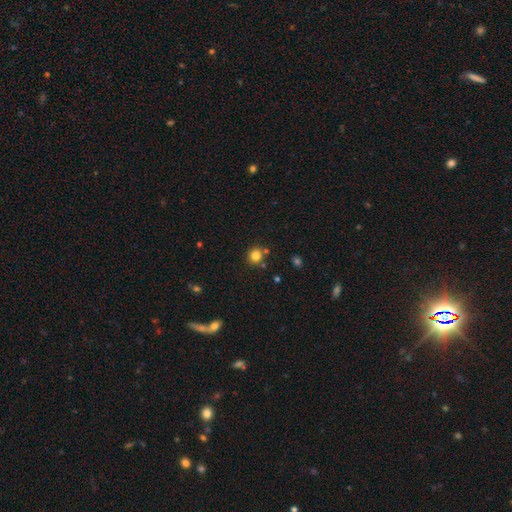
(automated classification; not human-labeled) A smooth galaxy with no disk features (81%) that is round (88%). Merging: none (79%).